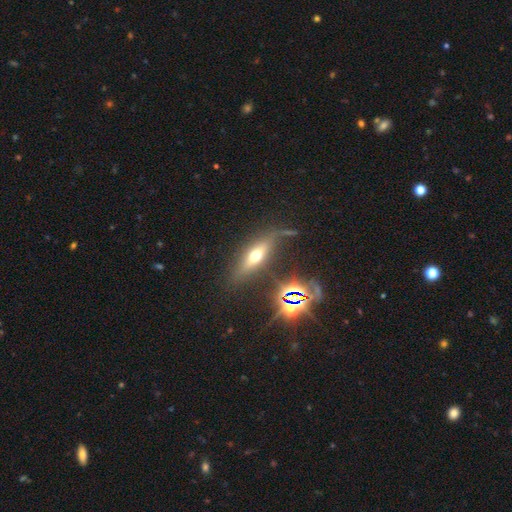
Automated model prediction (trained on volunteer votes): Smooth or featured: smooth — 41% (tied with featured or disk — 41%)
Merging: none — 73% (minor disturbance — 15%)